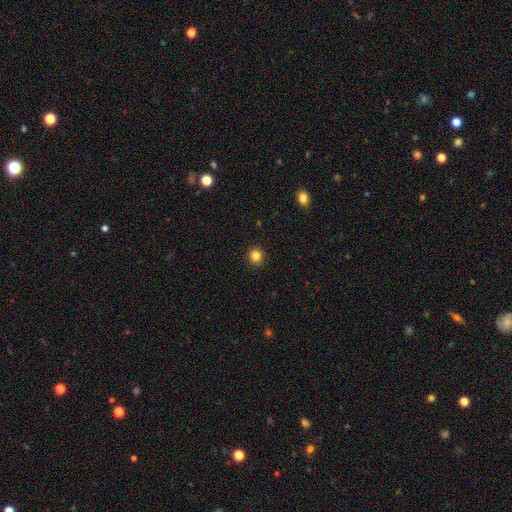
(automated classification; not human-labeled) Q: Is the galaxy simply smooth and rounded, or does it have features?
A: smooth — 84%.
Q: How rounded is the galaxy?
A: round — 89%.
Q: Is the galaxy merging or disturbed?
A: none — 92%.